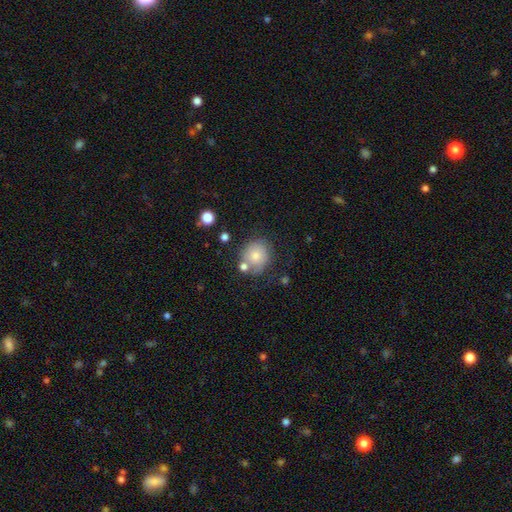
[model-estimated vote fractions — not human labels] Smooth or featured: smooth — 73% (featured or disk — 18%)
How rounded: round — 79% (in between — 20%)
Merging: none — 61% (minor disturbance — 19%)